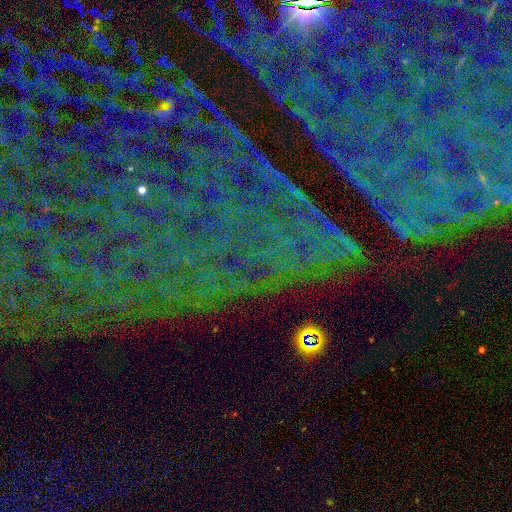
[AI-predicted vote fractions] Smooth or featured?
  - star or artifact: 81% *
  - featured or disk: 10%
  - smooth: 9%